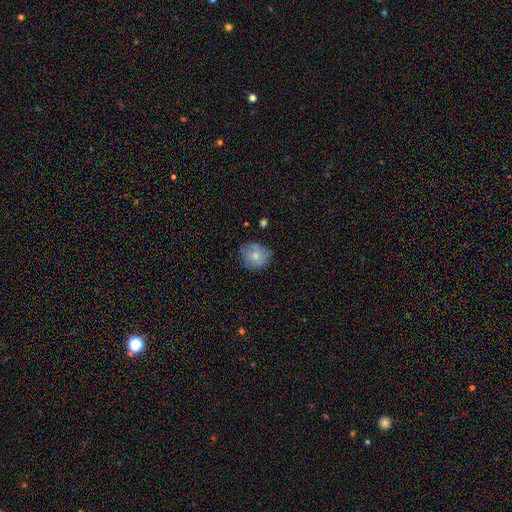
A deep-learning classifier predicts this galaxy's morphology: type=smooth (74%); roundness=round (84%); merging=none (74%).